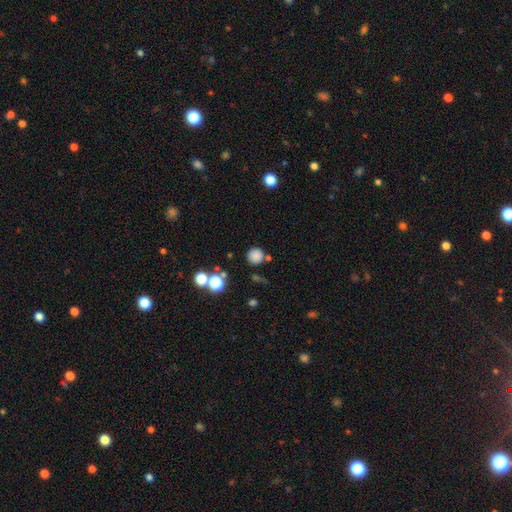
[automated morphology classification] This is clearly a smooth galaxy (81%). How rounded: clearly round (93%). Merging: likely none (77%).